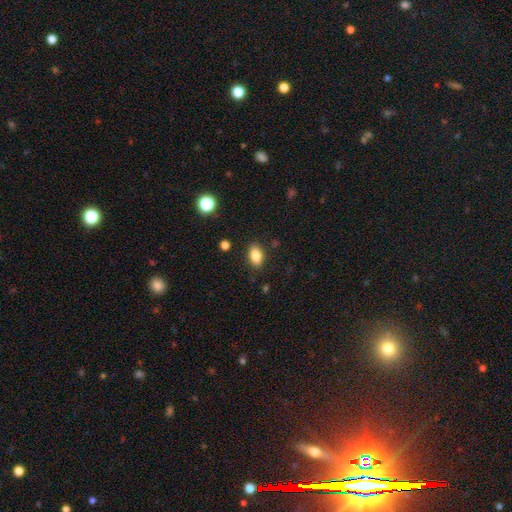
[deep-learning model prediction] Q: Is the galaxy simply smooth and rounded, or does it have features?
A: smooth — 84%.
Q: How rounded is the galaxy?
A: in between — 88%.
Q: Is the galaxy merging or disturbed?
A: none — 86%.